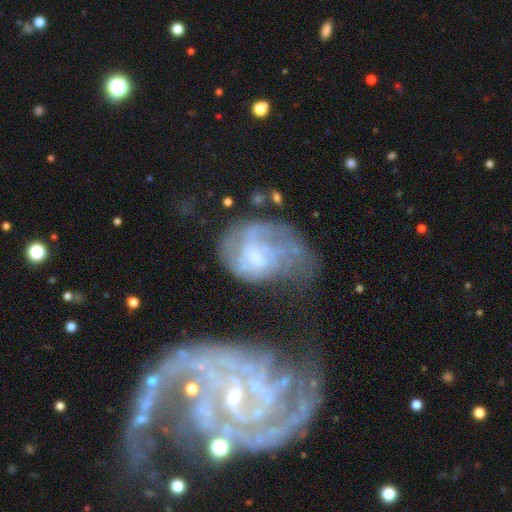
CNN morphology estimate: featured or disk 63%, smooth 28%, star or artifact 9%. Down the decision tree: edge-on disk — no (97%); bar — no (55%); spiral arms — yes (59%); bulge size — moderate (35%); merging — major disturbance (40%).